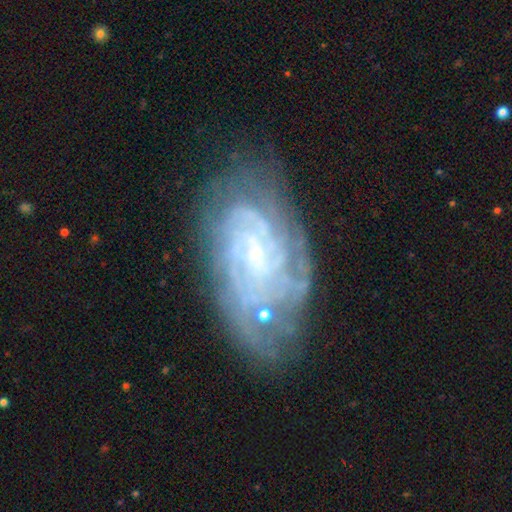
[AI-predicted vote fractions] This appears to be a featured or disk galaxy (84%) with no bar (61%), tight (77%) spiral arms (96%) and a small central bulge (79%). Merging: none (70%).